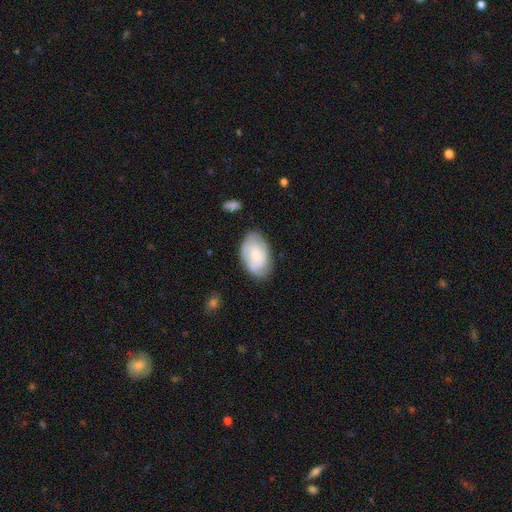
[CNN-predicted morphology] smooth_or_featured: smooth (p=0.60) [alt: featured or disk p=0.34]
how_rounded: in between (p=0.91) [alt: round p=0.07]
merging: none (p=0.74) [alt: minor disturbance p=0.19]